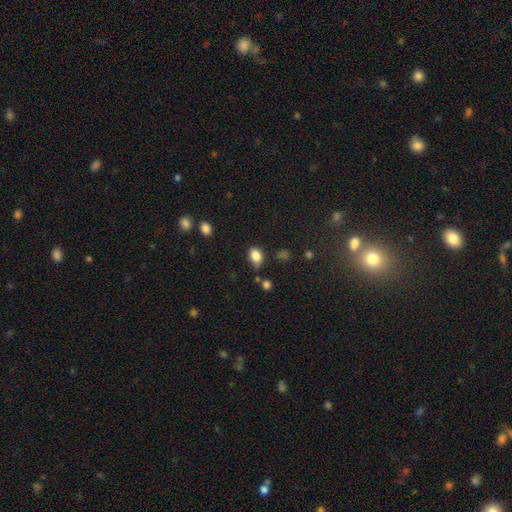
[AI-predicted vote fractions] The model was most divided on "merging": none: 61%, minor disturbance: 27%, major disturbance: 6%, merger: 5%. More confident: smooth or featured — smooth (84%); how rounded — in between (70%).